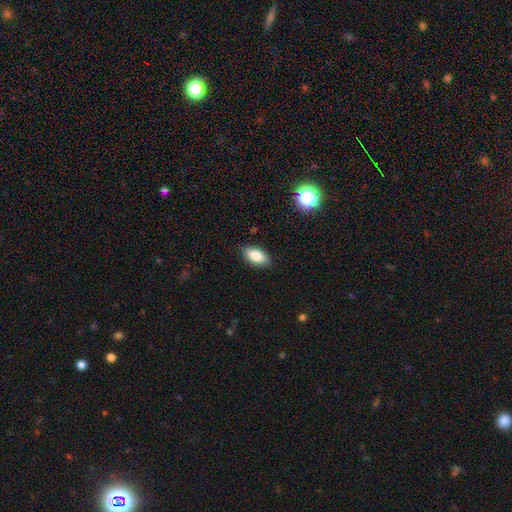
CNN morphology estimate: The model was most divided on "smooth or featured": smooth: 83%, featured or disk: 9%, star or artifact: 8%. More confident: how rounded — in between (91%); merging — none (88%).